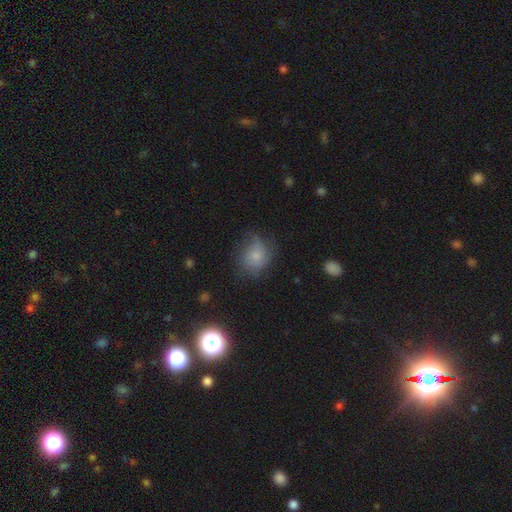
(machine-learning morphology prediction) The model was most divided on "merging": none: 53%, minor disturbance: 29%, major disturbance: 16%, merger: 2%. More confident: how rounded — round (65%); smooth or featured — smooth (64%).